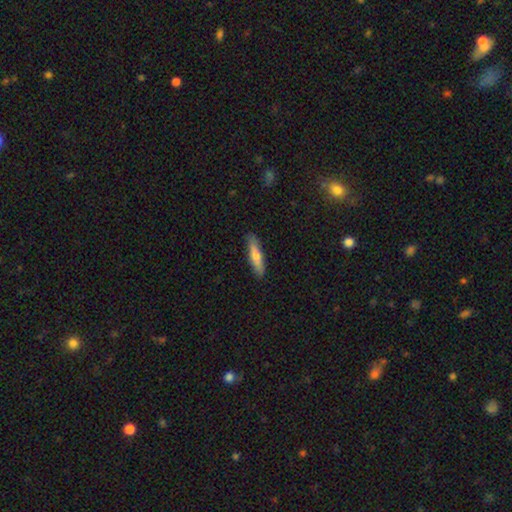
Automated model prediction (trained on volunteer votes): Q: Smooth or featured?
A: smooth (72%); runner-up: featured or disk (23%)
Q: How rounded?
A: cigar-shaped (81%); runner-up: in between (18%)
Q: Merging?
A: none (87%); runner-up: minor disturbance (10%)